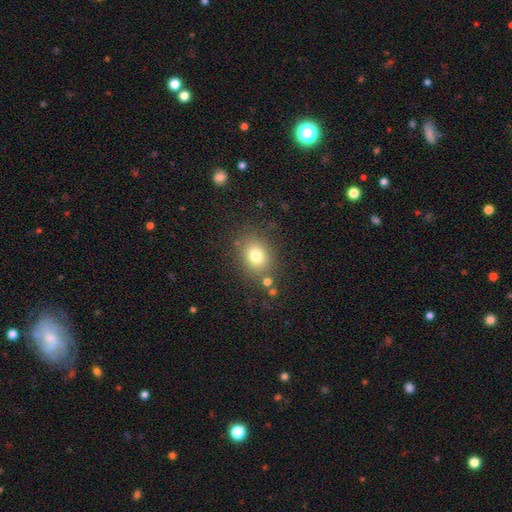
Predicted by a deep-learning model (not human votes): smooth 76%, star or artifact 13%, featured or disk 11%. Down the decision tree: how rounded — in between (52%); merging — none (78%).